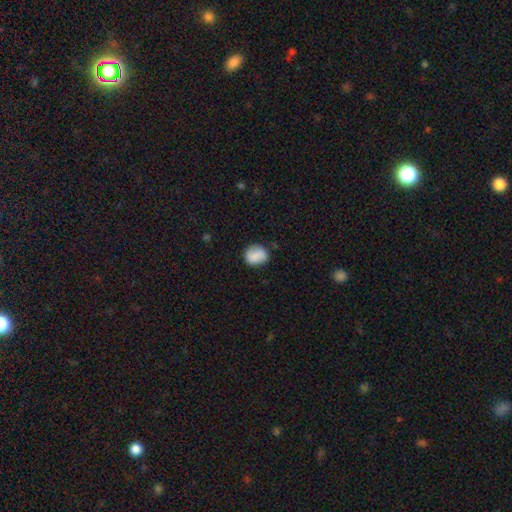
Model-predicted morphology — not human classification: A smooth galaxy with no disk features (79%) that is round (66%).

Vote fractions:
- Smooth or featured? smooth: 79% / featured or disk: 13% / star or artifact: 8%
- How rounded? round: 66% / in between: 33% / cigar-shaped: 1%
- Merging? none: 76% / minor disturbance: 18% / major disturbance: 5% / merger: 2%